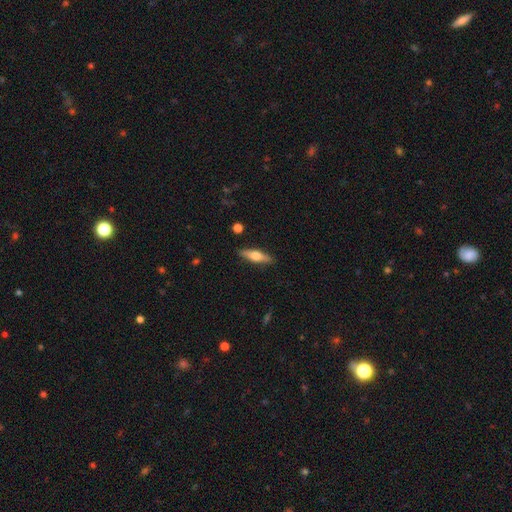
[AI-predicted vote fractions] featured or disk 50%, smooth 44%, star or artifact 6%. Down the decision tree: merging — none (88%).